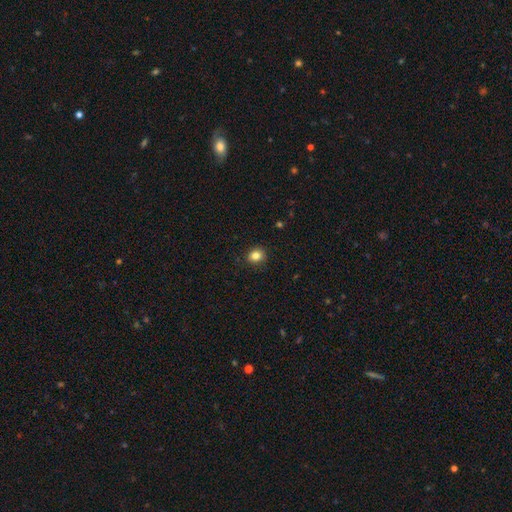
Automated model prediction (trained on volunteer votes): Overall: smooth (84%). How rounded: round (71%). Merging: none (88%).